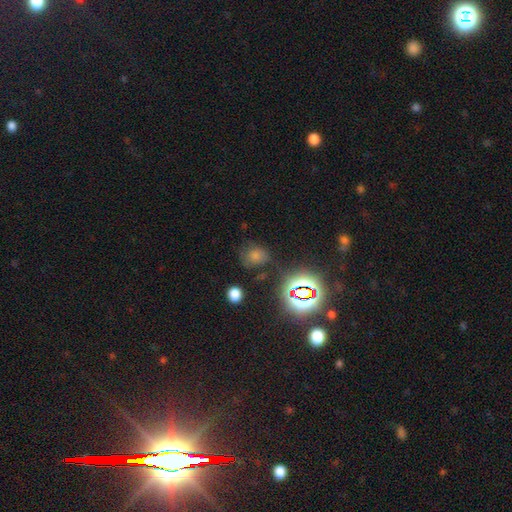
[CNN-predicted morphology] This is possibly a star or artifact rather than a galaxy (49%).